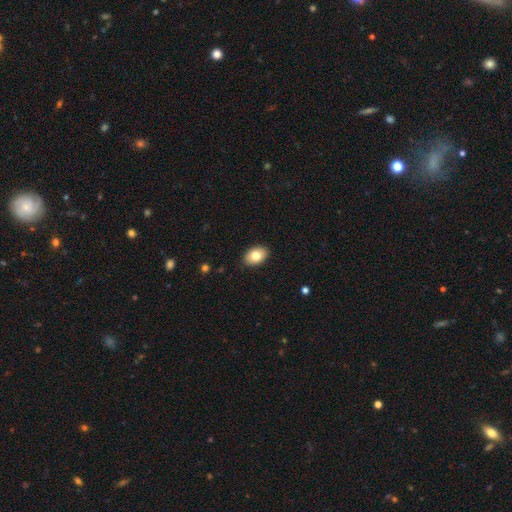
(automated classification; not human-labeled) Morphology: type=smooth (81%); roundness=in between (85%); merging=none (89%).